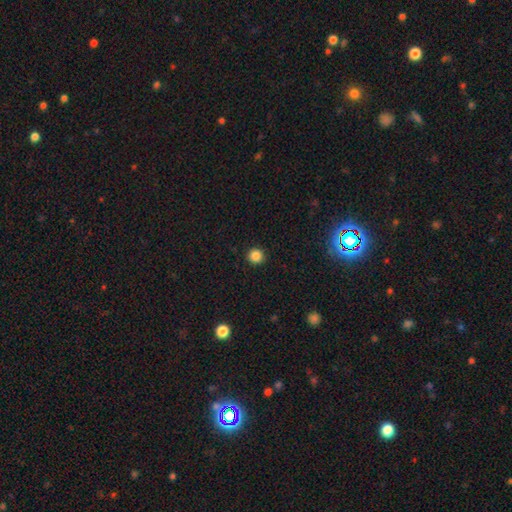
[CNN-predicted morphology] A smooth galaxy with no disk features (85%) that is round (95%). Merging: none (93%).